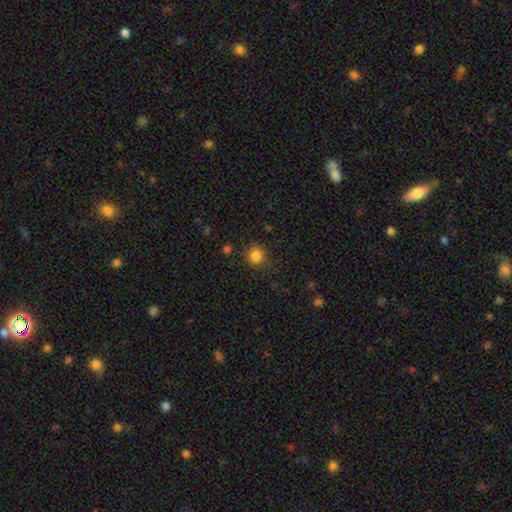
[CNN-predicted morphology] Smooth or featured: smooth — 83% (star or artifact — 12%)
How rounded: round — 88% (in between — 11%)
Merging: none — 82% (minor disturbance — 12%)